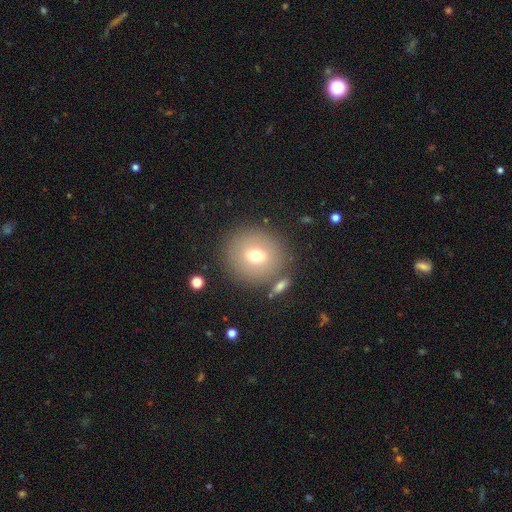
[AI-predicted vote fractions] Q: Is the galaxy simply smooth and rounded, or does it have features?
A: smooth — 67%.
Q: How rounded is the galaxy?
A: round — 85%.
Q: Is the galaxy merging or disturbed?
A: none — 81%.